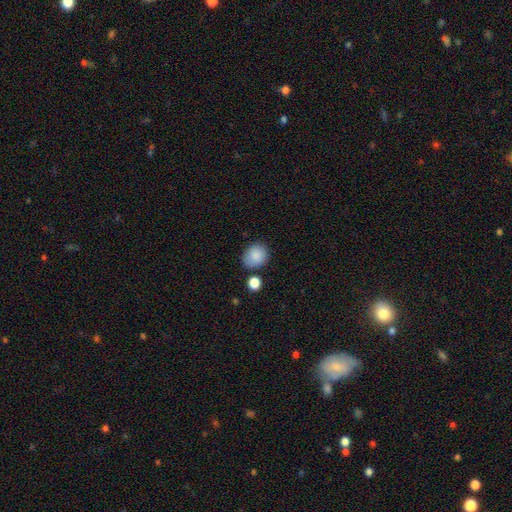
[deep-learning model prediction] Morphology: type=smooth (88%); roundness=round (64%); merging=none (76%).